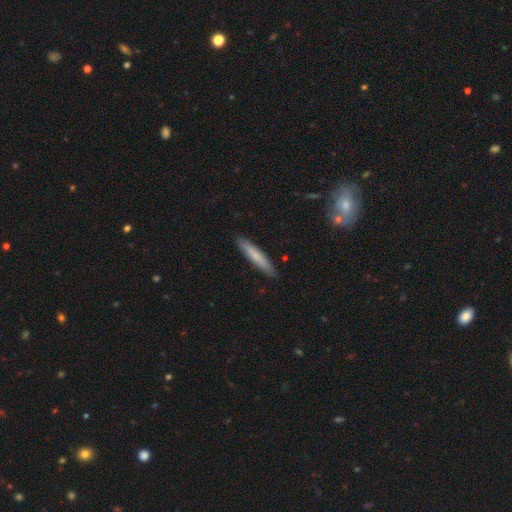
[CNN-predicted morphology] A smooth galaxy with no disk features (72%) that is cigar-shaped (92%). Merging: none (90%).